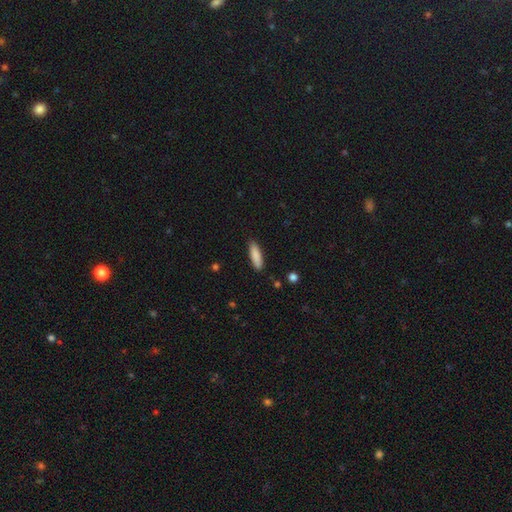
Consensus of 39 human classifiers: smooth 92%, star or artifact 5%, featured or disk 3%. Down the decision tree: how rounded — cigar-shaped (67%); merging — none (84%).